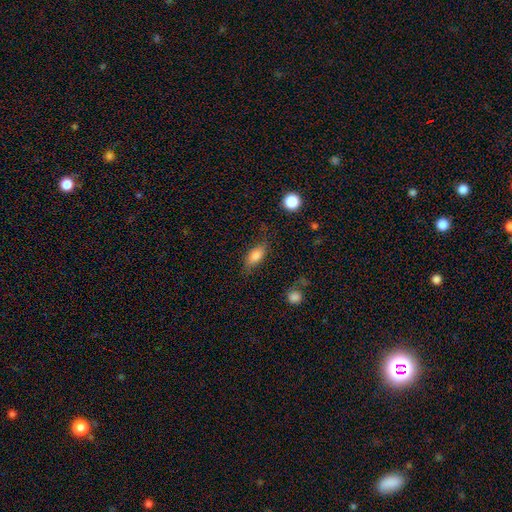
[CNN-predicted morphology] The model was most divided on "merging": none: 69%, minor disturbance: 21%, major disturbance: 8%, merger: 2%. More confident: how rounded — in between (84%); smooth or featured — smooth (78%).